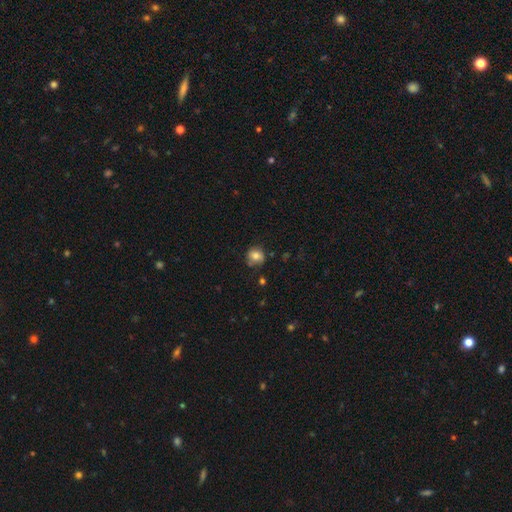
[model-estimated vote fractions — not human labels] Smooth or featured?
  - smooth: 76% *
  - featured or disk: 14%
  - star or artifact: 10%
How rounded?
  - round: 82% *
  - in between: 18%
  - cigar-shaped: 1%
Merging?
  - none: 72% *
  - minor disturbance: 19%
  - major disturbance: 5%
  - merger: 4%